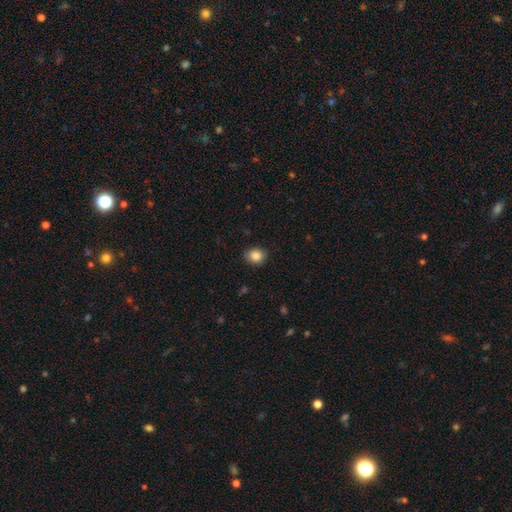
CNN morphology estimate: smooth-or-featured: smooth: 87% | star or artifact: 9% | featured or disk: 4%
  how-rounded: round: 67% | in between: 32% | cigar-shaped: 1%
  merging: none: 86% | minor disturbance: 11% | major disturbance: 2% | merger: 1%